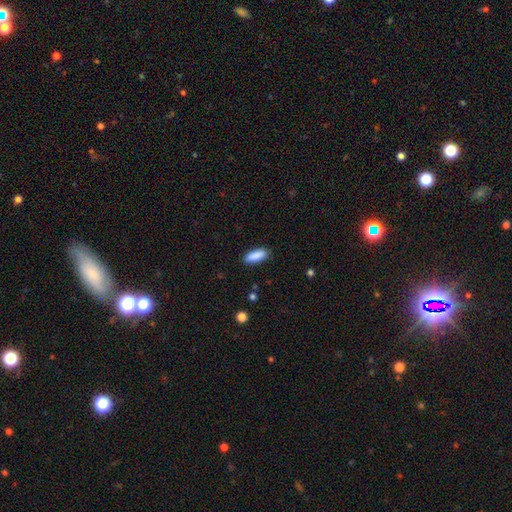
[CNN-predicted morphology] Smooth or featured?
  - smooth: 89% *
  - star or artifact: 6%
  - featured or disk: 5%
How rounded?
  - in between: 71% *
  - cigar-shaped: 27%
  - round: 2%
Merging?
  - none: 88% *
  - minor disturbance: 9%
  - major disturbance: 2%
  - merger: 1%